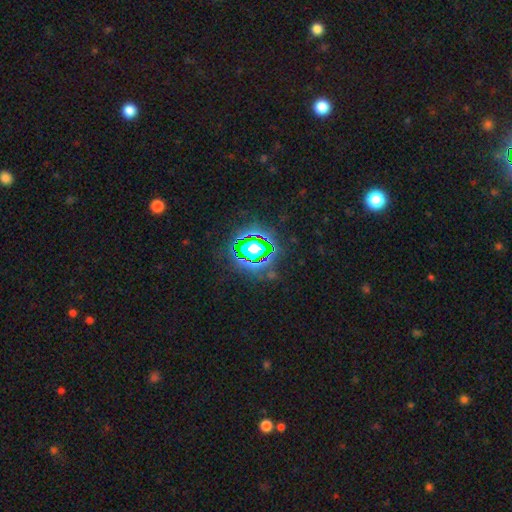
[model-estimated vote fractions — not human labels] Morphology: type=star or artifact (82%).